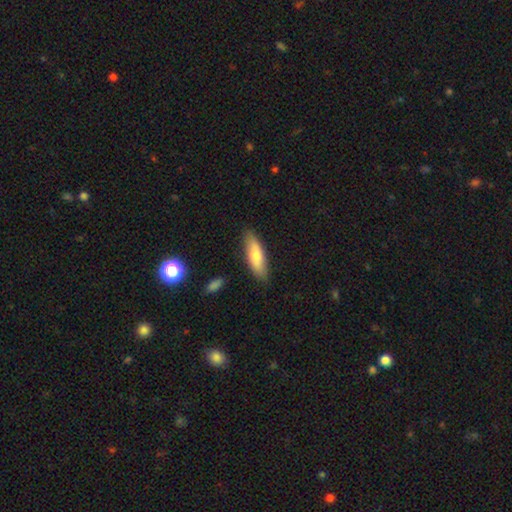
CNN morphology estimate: This appears to be a smooth galaxy with no disk features (72%) that is cigar-shaped (54%). Merging: none (85%).